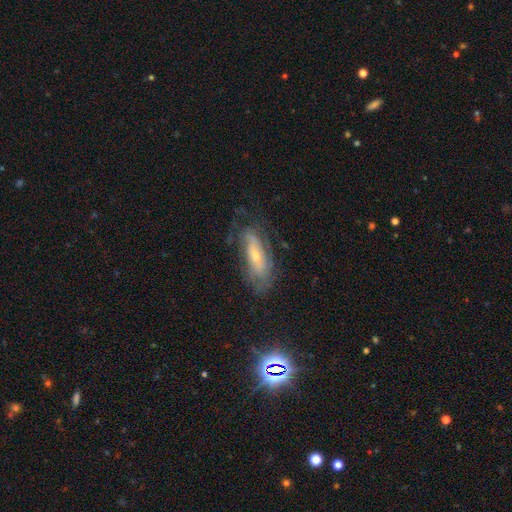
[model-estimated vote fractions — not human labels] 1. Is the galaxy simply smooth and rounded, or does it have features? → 66% featured or disk, 25% smooth, 9% star or artifact.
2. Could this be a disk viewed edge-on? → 80% no, 20% yes.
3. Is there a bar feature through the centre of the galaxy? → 60% no, 27% weak, 13% strong.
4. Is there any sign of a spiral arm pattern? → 72% yes, 28% no.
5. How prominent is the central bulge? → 61% small, 34% moderate, 2% large, 2% none, 1% dominant.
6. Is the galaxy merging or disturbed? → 60% none, 23% minor disturbance, 15% major disturbance, 2% merger.